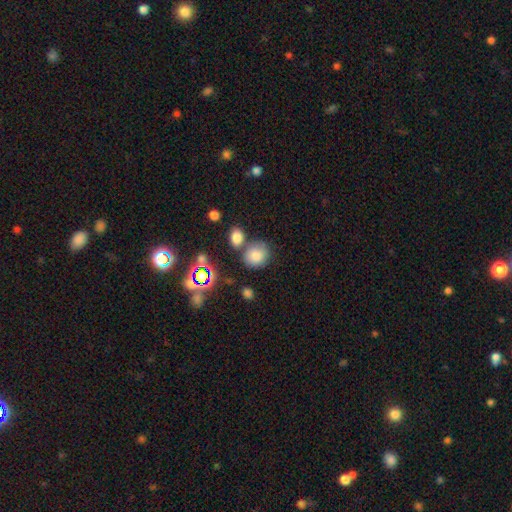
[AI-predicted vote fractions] A smooth galaxy with no disk features (77%) that is round (70%).

Vote fractions:
- Smooth or featured? smooth: 77% / star or artifact: 15% / featured or disk: 8%
- How rounded? round: 70% / in between: 29% / cigar-shaped: 1%
- Merging? none: 61% / merger: 20% / minor disturbance: 14% / major disturbance: 5%